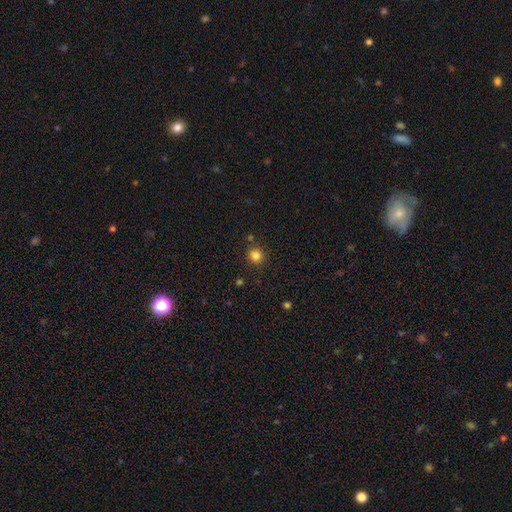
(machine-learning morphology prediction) smooth_or_featured: smooth (p=0.83) [alt: star or artifact p=0.13]
how_rounded: round (p=0.87) [alt: in between p=0.12]
merging: none (p=0.84) [alt: minor disturbance p=0.09]